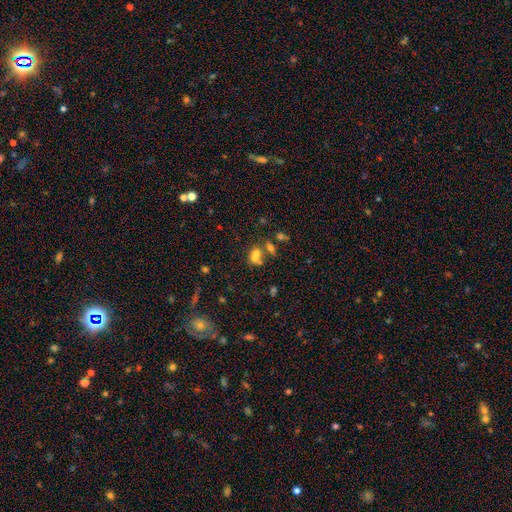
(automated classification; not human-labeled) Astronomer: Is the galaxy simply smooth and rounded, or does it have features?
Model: smooth — 59%.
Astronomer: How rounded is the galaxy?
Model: round — 57% (runner-up: in between, 42%).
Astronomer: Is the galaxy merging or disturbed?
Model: merger — 58%.